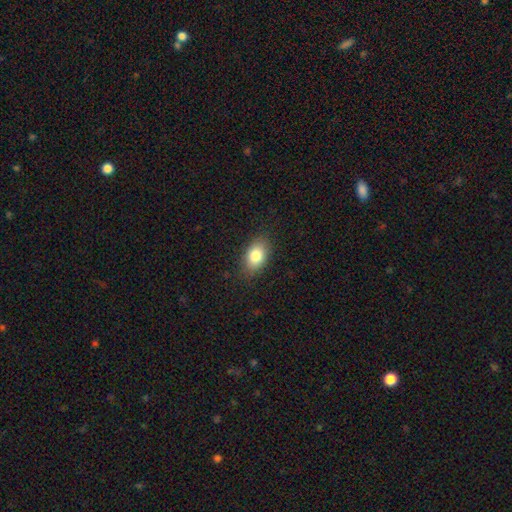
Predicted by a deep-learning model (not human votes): A smooth galaxy with no disk features (82%) that is in between round and cigar-shaped (87%). Merging: none (85%).